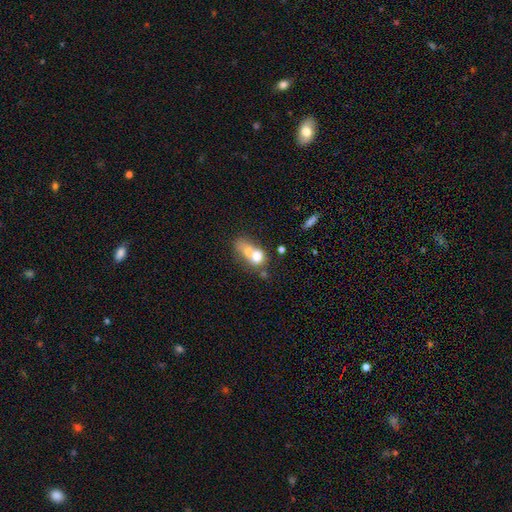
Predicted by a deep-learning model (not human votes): Q: Smooth or featured?
A: smooth (64%); runner-up: featured or disk (25%)
Q: How rounded?
A: in between (55%); runner-up: round (41%)
Q: Merging?
A: merger (67%); runner-up: none (17%)